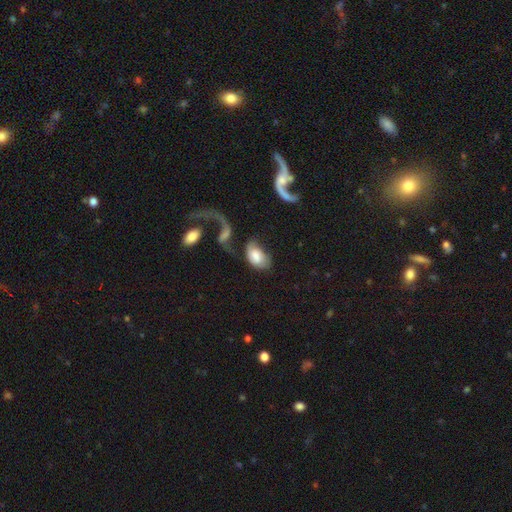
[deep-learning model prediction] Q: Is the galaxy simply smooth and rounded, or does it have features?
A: smooth — 58%.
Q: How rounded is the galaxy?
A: in between — 89%.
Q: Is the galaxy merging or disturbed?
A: major disturbance — 31%.